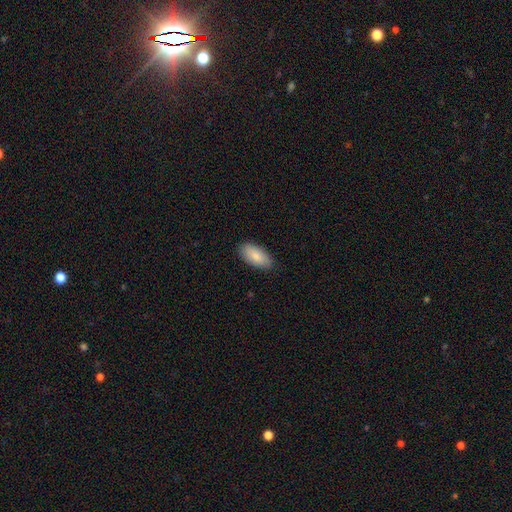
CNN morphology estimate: Q: Smooth or featured?
A: smooth (85%); runner-up: featured or disk (9%)
Q: How rounded?
A: in between (92%); runner-up: cigar-shaped (6%)
Q: Merging?
A: none (87%); runner-up: minor disturbance (10%)